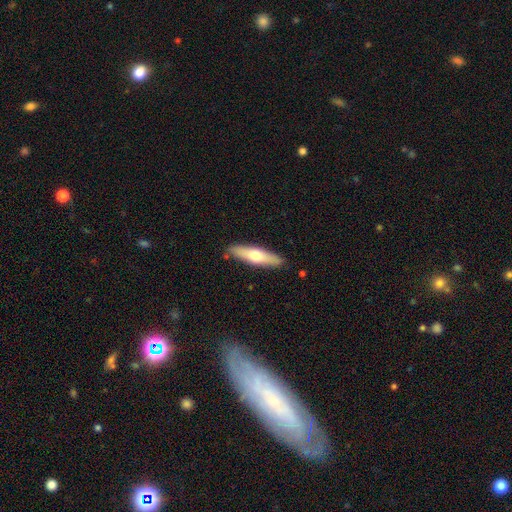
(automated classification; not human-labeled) Morphology: type=smooth (56%); roundness=cigar-shaped (72%); merging=none (87%).